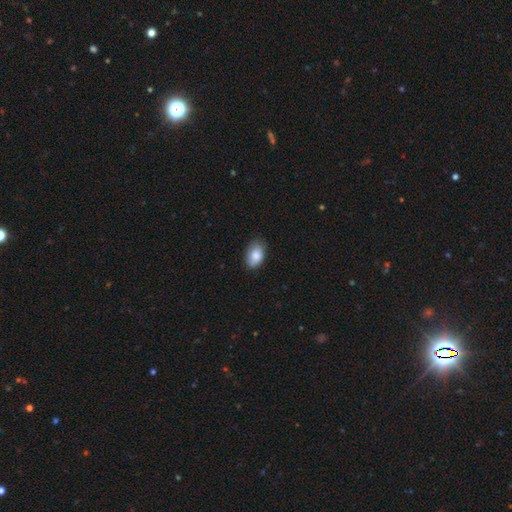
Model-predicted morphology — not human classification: Overall: smooth (84%). How rounded: in between (90%). Merging: none (77%).